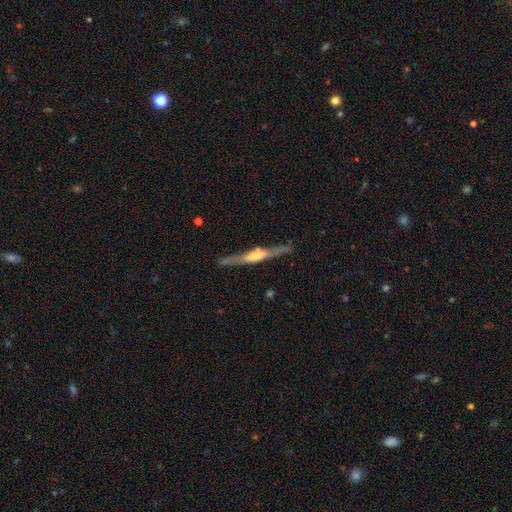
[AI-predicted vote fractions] Morphology: type=featured or disk (67%); edge-on=yes (94%); edge-on bulge=rounded (46%); merging=none (82%).